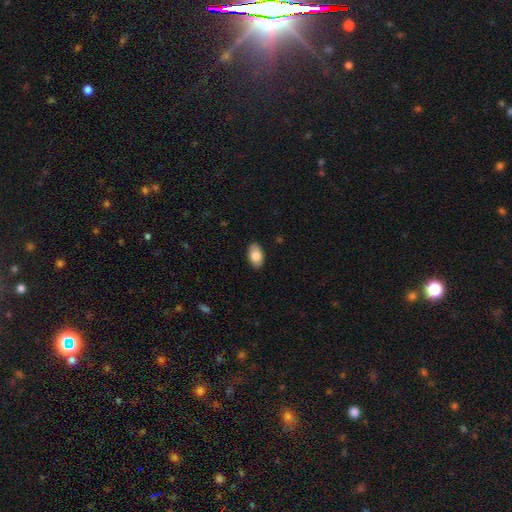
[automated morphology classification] Smooth or featured: smooth — 82% (featured or disk — 12%)
How rounded: in between — 93% (round — 6%)
Merging: none — 88% (minor disturbance — 9%)